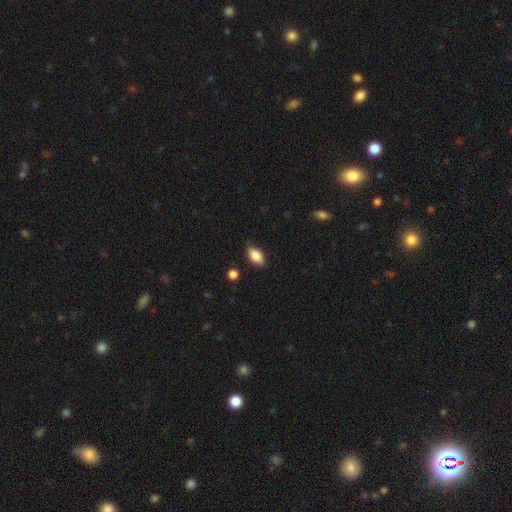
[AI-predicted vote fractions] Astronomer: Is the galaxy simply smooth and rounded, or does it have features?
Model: smooth — 81%.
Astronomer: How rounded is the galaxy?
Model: in between — 88%.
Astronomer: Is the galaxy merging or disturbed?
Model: none — 78%.